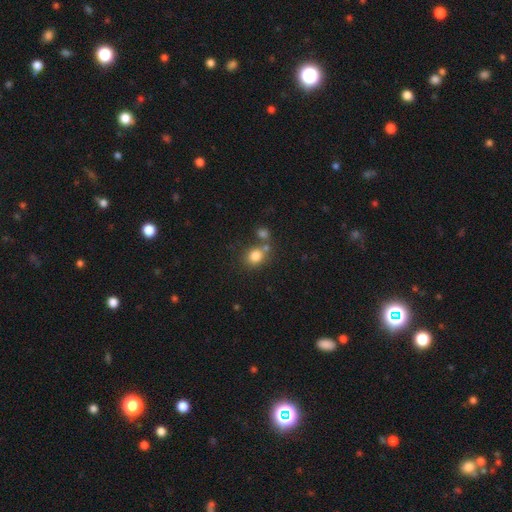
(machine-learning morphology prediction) This appears to be a smooth galaxy with no disk features (81%) that is round (68%). Merging: none (58%).